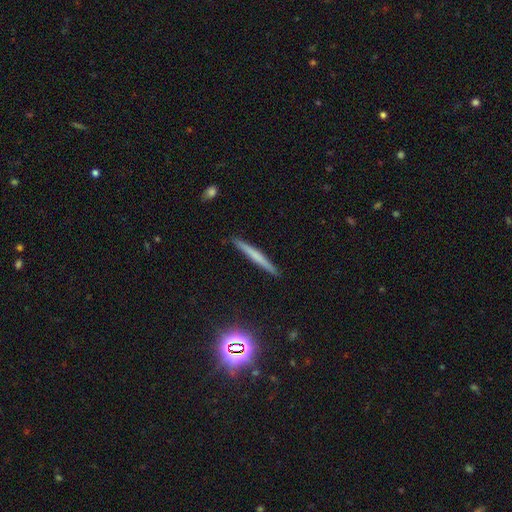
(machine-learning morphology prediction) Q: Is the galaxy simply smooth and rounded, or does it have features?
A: smooth — 51%.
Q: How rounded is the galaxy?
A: cigar-shaped — 96%.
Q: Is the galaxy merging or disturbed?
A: none — 91%.